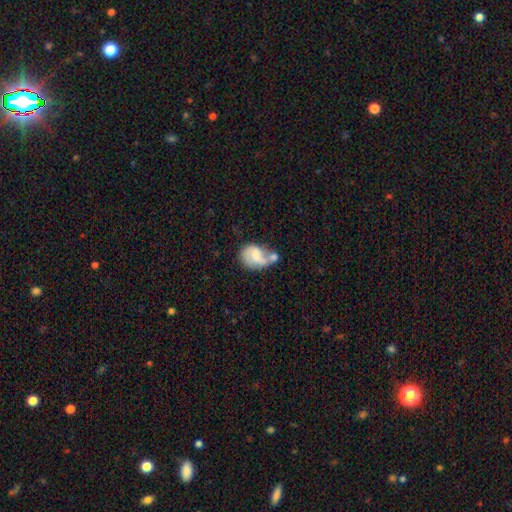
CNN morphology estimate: smooth_or_featured: featured or disk (p=0.51) [alt: smooth p=0.41]
disk_edge_on: no (p=0.97) [alt: yes p=0.03]
merging: merger (p=0.37) [alt: none p=0.27]